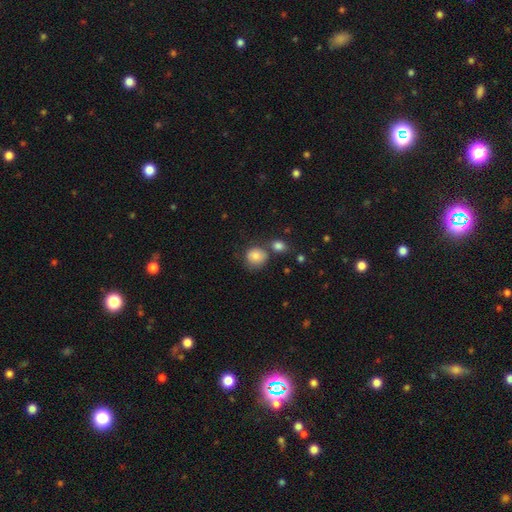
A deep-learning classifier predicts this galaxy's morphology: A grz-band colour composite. It shows a smooth galaxy with no disk features (82%) that is round (83%). Merging: none (59%).